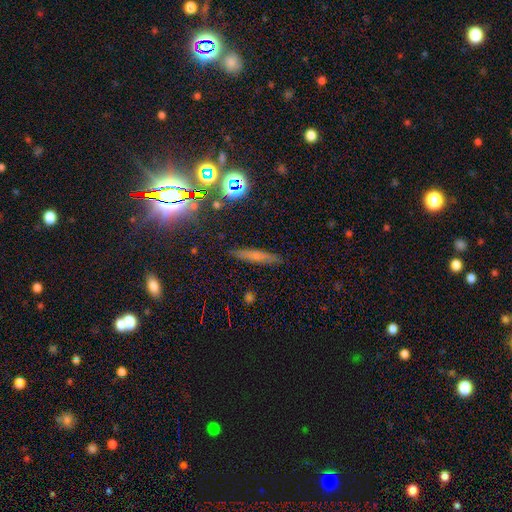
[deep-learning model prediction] smooth-or-featured: smooth: 54% | featured or disk: 27% | star or artifact: 19%
  how-rounded: cigar-shaped: 83% | in between: 13% | round: 4%
  merging: none: 84% | minor disturbance: 11% | major disturbance: 3% | merger: 2%